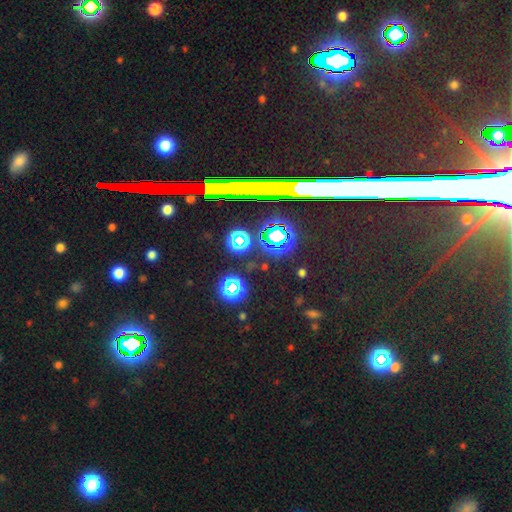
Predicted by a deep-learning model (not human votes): smooth_or_featured: star or artifact (p=0.76) [alt: smooth p=0.13]